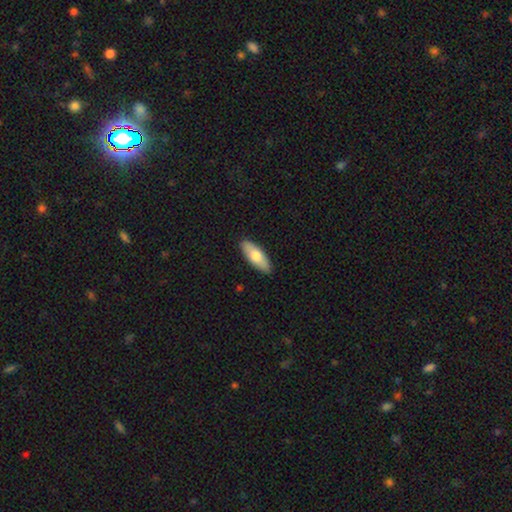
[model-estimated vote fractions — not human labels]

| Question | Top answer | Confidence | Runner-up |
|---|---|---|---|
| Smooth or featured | smooth | 73% | featured or disk (22%) |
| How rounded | in between | 72% | cigar-shaped (26%) |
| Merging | none | 89% | minor disturbance (8%) |